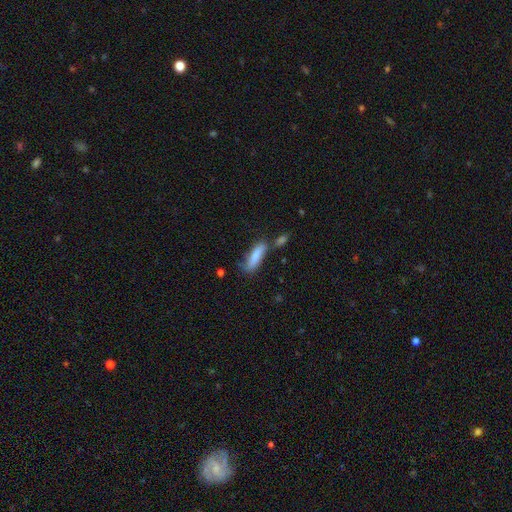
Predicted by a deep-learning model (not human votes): smooth_or_featured: smooth (p=0.78) [alt: featured or disk p=0.15]
how_rounded: cigar-shaped (p=0.53) [alt: in between p=0.45]
merging: none (p=0.48) [alt: minor disturbance p=0.24]